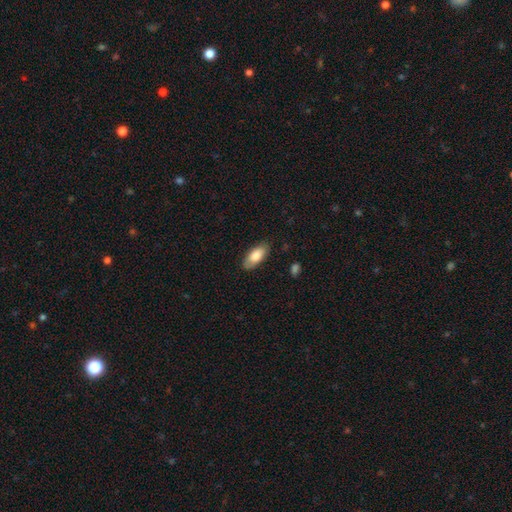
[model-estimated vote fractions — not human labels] The model was most divided on "smooth or featured": smooth: 81%, featured or disk: 13%, star or artifact: 6%. More confident: how rounded — in between (87%); merging — none (83%).